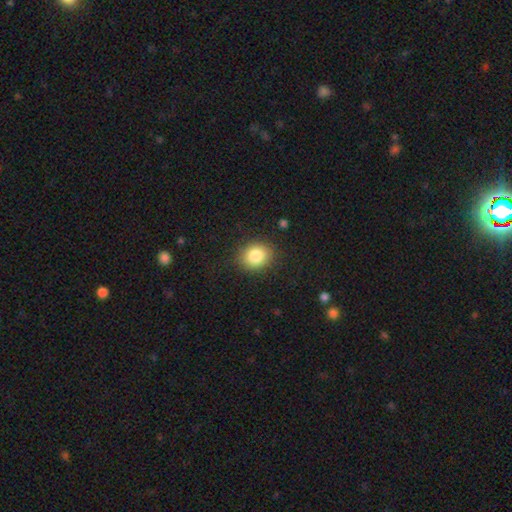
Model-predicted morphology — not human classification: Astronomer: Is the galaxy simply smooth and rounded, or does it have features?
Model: smooth — 84%.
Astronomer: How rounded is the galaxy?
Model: round — 64%.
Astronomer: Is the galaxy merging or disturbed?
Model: none — 87%.